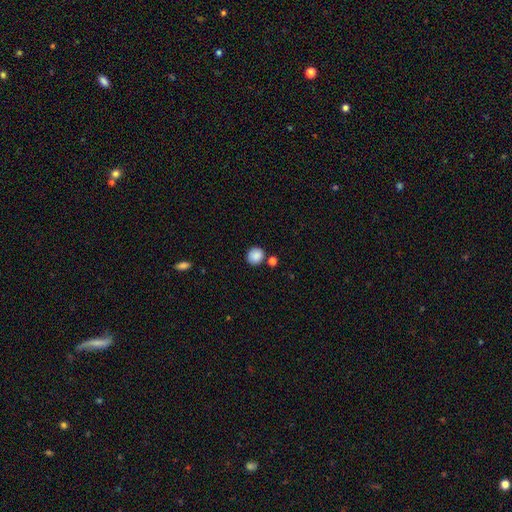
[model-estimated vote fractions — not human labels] This appears to be a smooth galaxy with no disk features (88%) that is round (84%). Merging: none (80%).